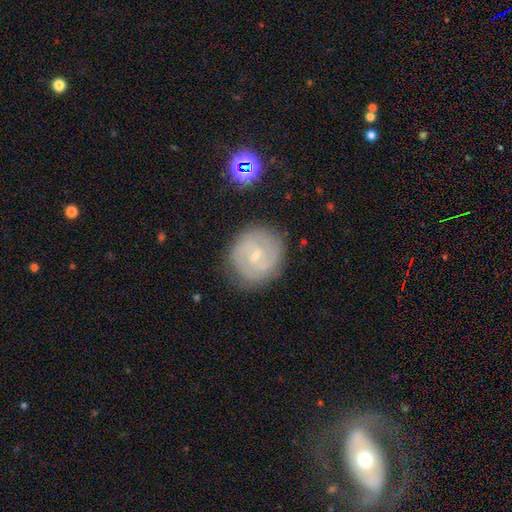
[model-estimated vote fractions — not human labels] Smooth or featured?
  - featured or disk: 71% *
  - smooth: 22%
  - star or artifact: 8%
Edge-on disk?
  - no: 97% *
  - yes: 3%
Bar?
  - weak: 48% *
  - no: 43%
  - strong: 9%
Spiral arms?
  - yes: 88% *
  - no: 12%
Spiral winding?
  - tight: 59% *
  - medium: 32%
  - loose: 8%
Spiral arm count?
  - 2: 55% *
  - can't tell: 26%
  - 3: 10%
  - 4: 3%
  - 1: 3%
  - more than 4: 3%
Bulge size?
  - small: 75% *
  - moderate: 21%
  - none: 2%
  - large: 1%
  - dominant: 1%
Merging?
  - none: 79% *
  - minor disturbance: 15%
  - major disturbance: 4%
  - merger: 2%